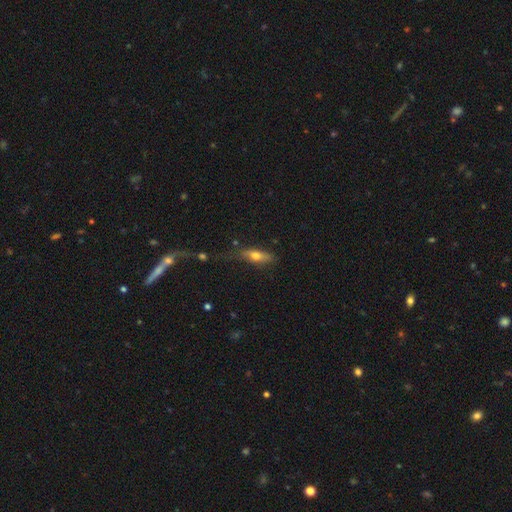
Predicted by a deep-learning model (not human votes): Smooth or featured? smooth (60%)
How rounded? cigar-shaped (50%)
Merging? none (56%)